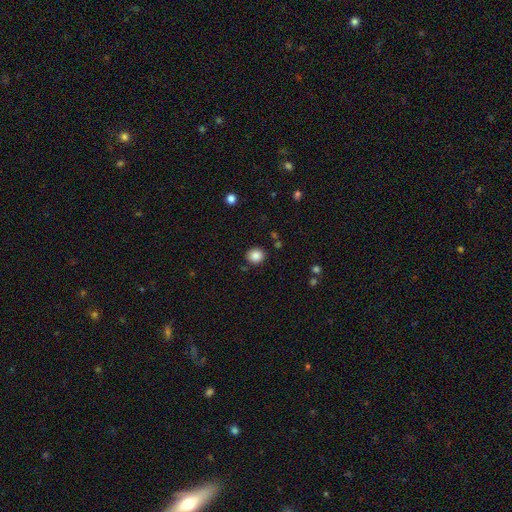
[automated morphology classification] Q: Smooth or featured?
A: smooth (86%); runner-up: star or artifact (10%)
Q: How rounded?
A: round (80%); runner-up: in between (20%)
Q: Merging?
A: none (87%); runner-up: minor disturbance (8%)